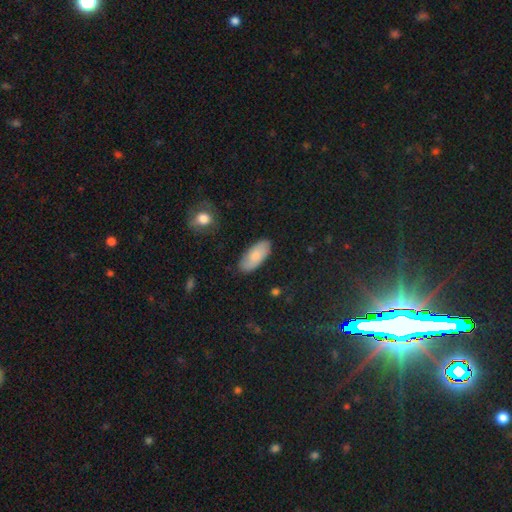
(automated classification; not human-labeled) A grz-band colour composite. It shows a smooth galaxy with no disk features (78%) that is in between round and cigar-shaped (89%). Merging: none (84%).